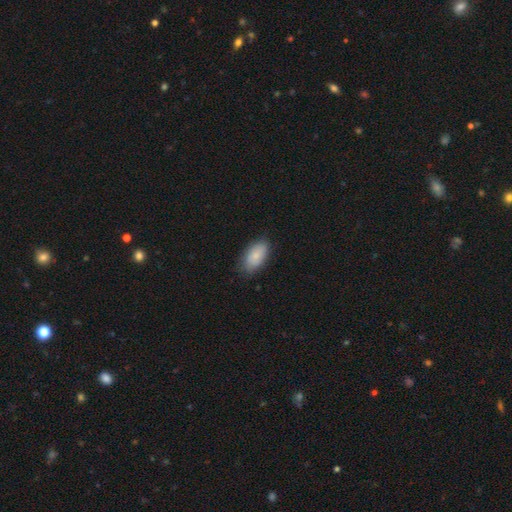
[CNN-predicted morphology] The model was most divided on "merging": none: 80%, minor disturbance: 16%, major disturbance: 3%, merger: 1%. More confident: how rounded — in between (93%); smooth or featured — smooth (82%).